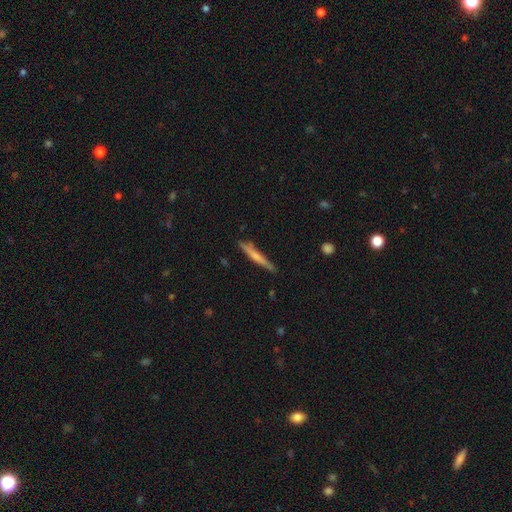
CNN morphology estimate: Q: Smooth or featured?
A: smooth (55%); runner-up: featured or disk (39%)
Q: How rounded?
A: cigar-shaped (95%); runner-up: in between (3%)
Q: Merging?
A: none (84%); runner-up: minor disturbance (12%)